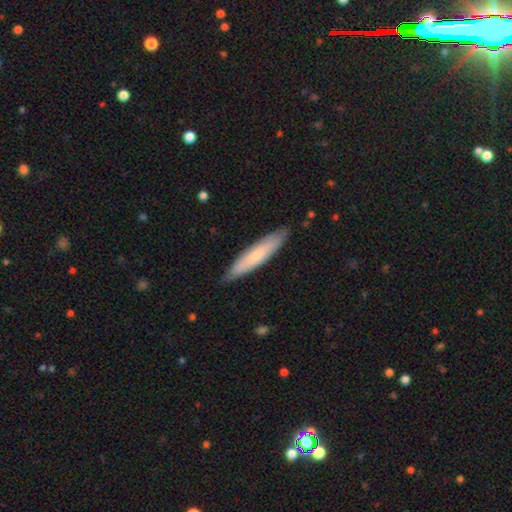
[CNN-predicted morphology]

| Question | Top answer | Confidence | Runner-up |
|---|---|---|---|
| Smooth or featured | smooth | 67% | featured or disk (28%) |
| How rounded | cigar-shaped | 85% | in between (14%) |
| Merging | none | 86% | minor disturbance (11%) |